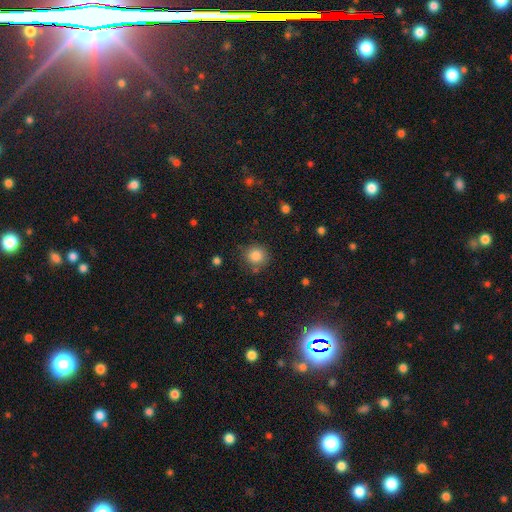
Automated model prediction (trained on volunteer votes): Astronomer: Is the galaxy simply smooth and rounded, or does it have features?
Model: smooth — 84%.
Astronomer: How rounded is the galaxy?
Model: round — 90%.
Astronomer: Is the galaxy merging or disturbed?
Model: none — 82%.